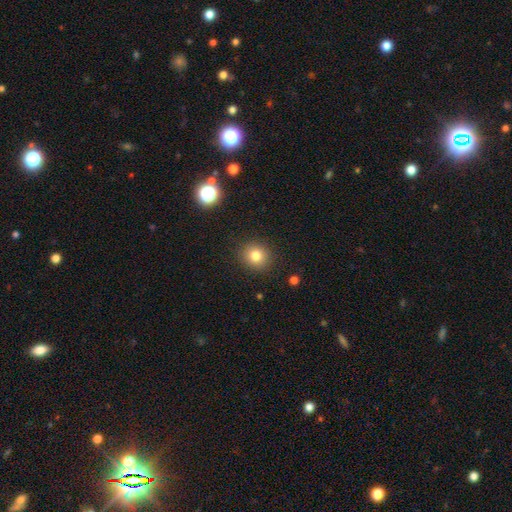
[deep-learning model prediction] This is clearly a smooth galaxy (80%). How rounded: clearly round (84%). Merging: clearly none (89%).